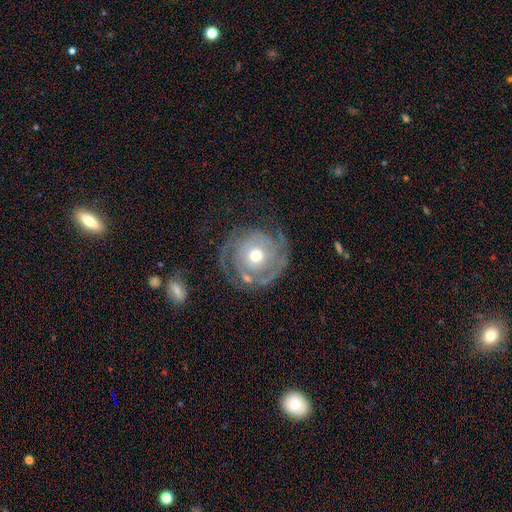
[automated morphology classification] This is clearly a featured or disk galaxy (82%). It is clearly not viewed edge-on (97%). Bar: clearly no (82%). Spiral arm pattern: clearly yes (90%). Spiral arm count: marginally 2 (43%). Spiral winding: likely tight (71%). Central bulge: likely moderate (76%). Merging: likely none (68%).